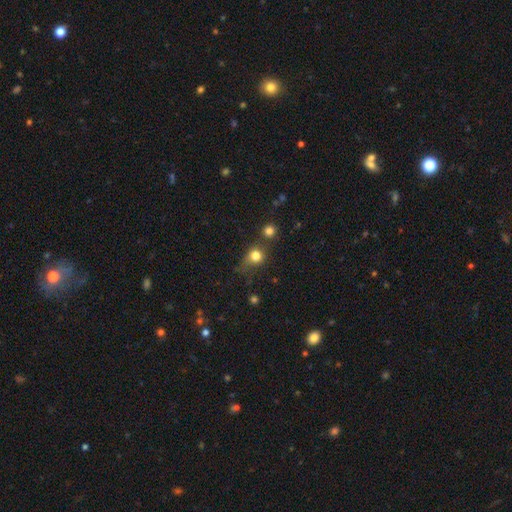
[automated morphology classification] Smooth or featured: smooth — 78% (star or artifact — 14%)
How rounded: round — 79% (in between — 19%)
Merging: none — 52% (minor disturbance — 21%)